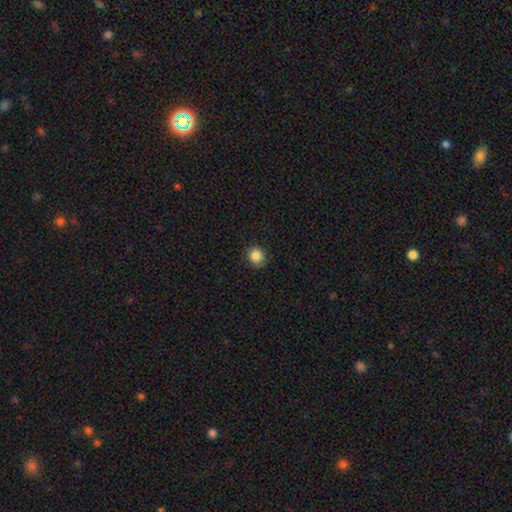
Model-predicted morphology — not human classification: A smooth galaxy with no disk features (86%) that is round (81%). Merging: none (83%).